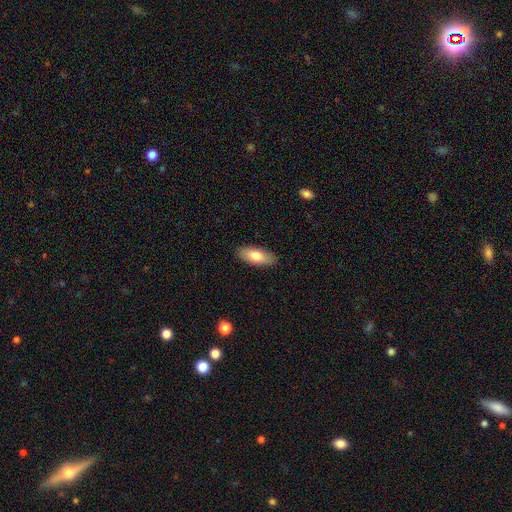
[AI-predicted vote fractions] A smooth galaxy with no disk features (77%) that is in between round and cigar-shaped (78%).

Vote fractions:
- Smooth or featured? smooth: 77% / featured or disk: 17% / star or artifact: 6%
- How rounded? in between: 78% / cigar-shaped: 20% / round: 2%
- Merging? none: 89% / minor disturbance: 8% / major disturbance: 2% / merger: 1%